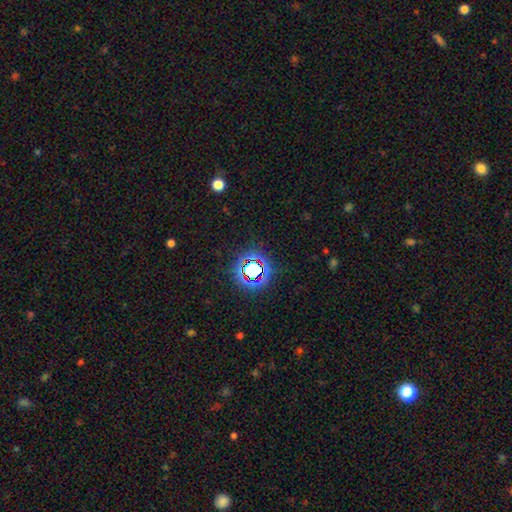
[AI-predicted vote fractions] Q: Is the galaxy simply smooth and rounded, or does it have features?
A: star or artifact — 77%.